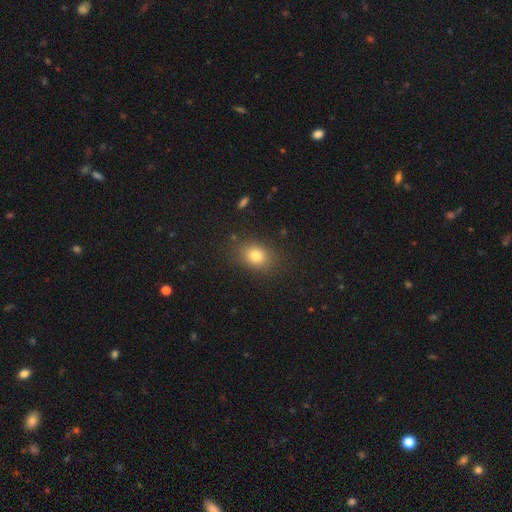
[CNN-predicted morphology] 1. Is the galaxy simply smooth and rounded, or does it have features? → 81% smooth, 11% star or artifact, 8% featured or disk.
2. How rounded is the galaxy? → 66% in between, 33% round, 1% cigar-shaped.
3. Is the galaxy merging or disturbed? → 83% none, 12% minor disturbance, 4% major disturbance, 2% merger.